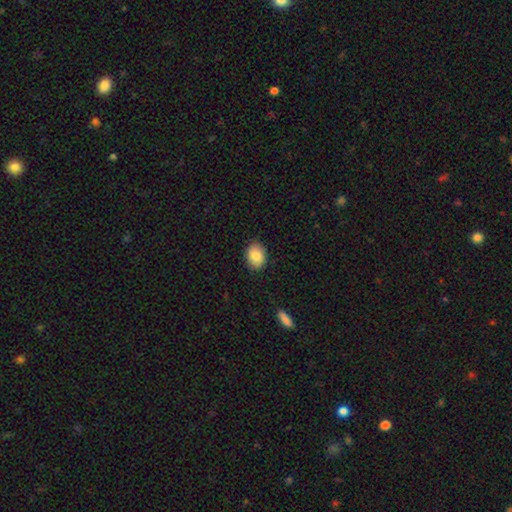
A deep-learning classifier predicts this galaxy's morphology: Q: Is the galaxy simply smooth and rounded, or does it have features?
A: smooth — 81%.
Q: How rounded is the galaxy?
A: in between — 68%.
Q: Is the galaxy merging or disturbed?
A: none — 87%.